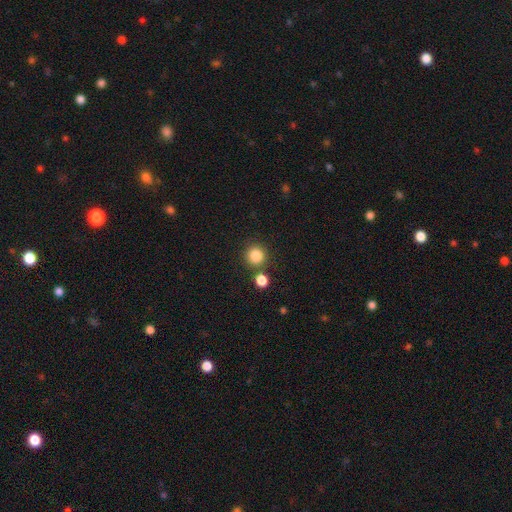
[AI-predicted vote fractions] smooth_or_featured: smooth (p=0.84) [alt: star or artifact p=0.11]
how_rounded: round (p=0.93) [alt: in between p=0.06]
merging: none (p=0.80) [alt: merger p=0.10]